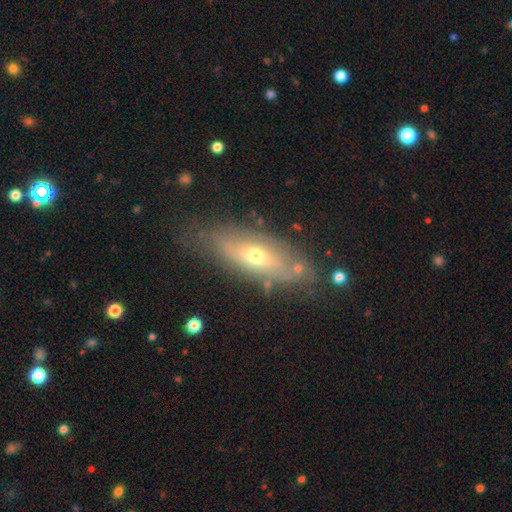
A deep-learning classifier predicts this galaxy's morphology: Q: Smooth or featured?
A: featured or disk (48%); runner-up: smooth (44%)
Q: Merging?
A: none (69%); runner-up: minor disturbance (20%)